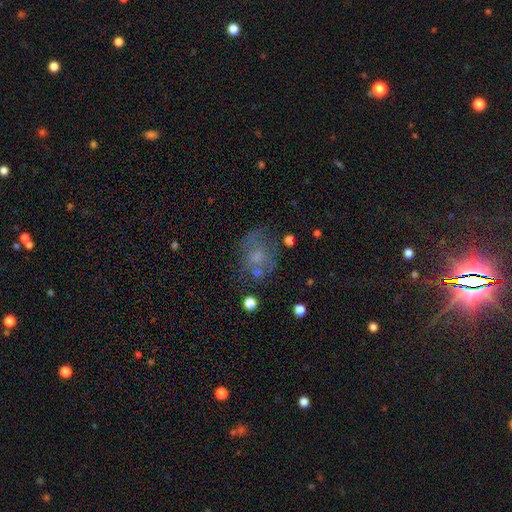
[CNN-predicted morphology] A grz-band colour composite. It shows a smooth galaxy with no disk features (40%). Merging: none (54%).